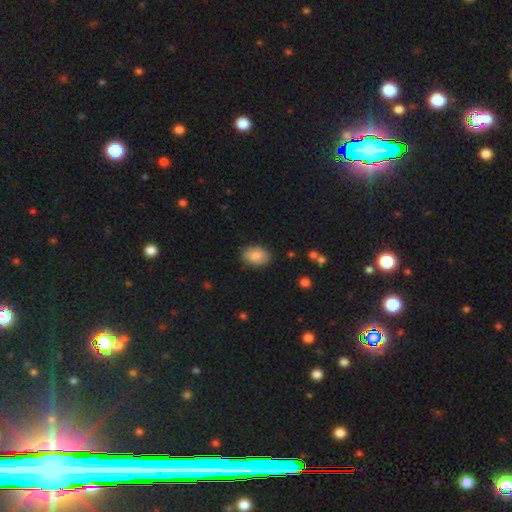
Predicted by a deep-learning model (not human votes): Smooth or featured? Predicted: smooth (p=0.85). How rounded? Predicted: in between (p=0.83). Merging? Predicted: none (p=0.85).